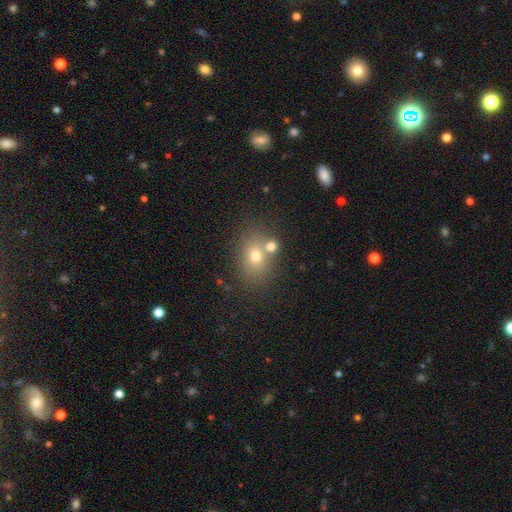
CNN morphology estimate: Smooth or featured? Predicted: smooth (p=0.68). How rounded? Predicted: in between (p=0.55). Merging? Predicted: none (p=0.61).